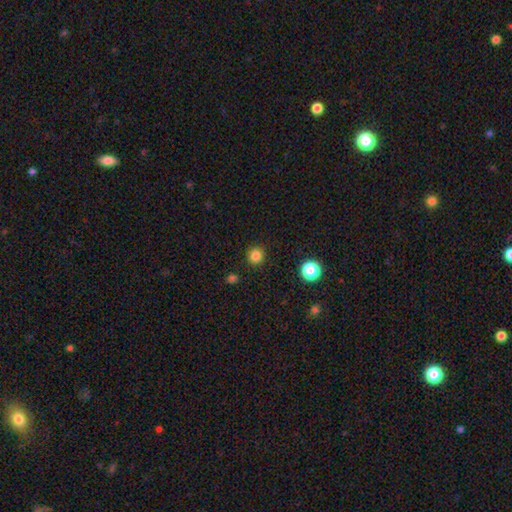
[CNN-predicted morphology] This appears to be a smooth galaxy with no disk features (82%) that is round (93%). Merging: none (92%).